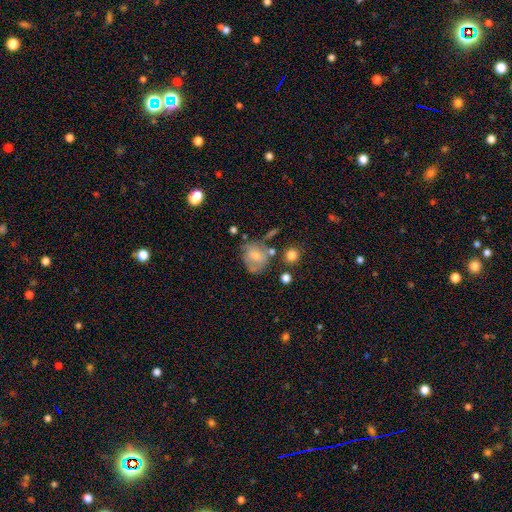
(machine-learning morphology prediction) A smooth galaxy with no disk features (57%) that is round (63%).

Vote fractions:
- Smooth or featured? smooth: 57% / featured or disk: 34% / star or artifact: 10%
- How rounded? round: 63% / in between: 36% / cigar-shaped: 1%
- Merging? none: 46% / minor disturbance: 26% / major disturbance: 15% / merger: 14%